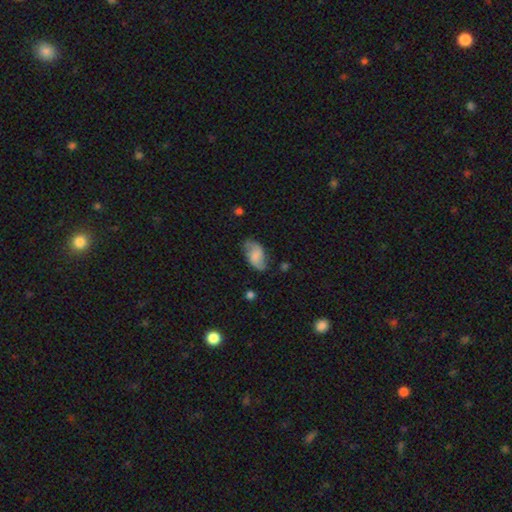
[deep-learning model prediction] This is possibly a smooth galaxy (49%). Merging: likely none (65%).